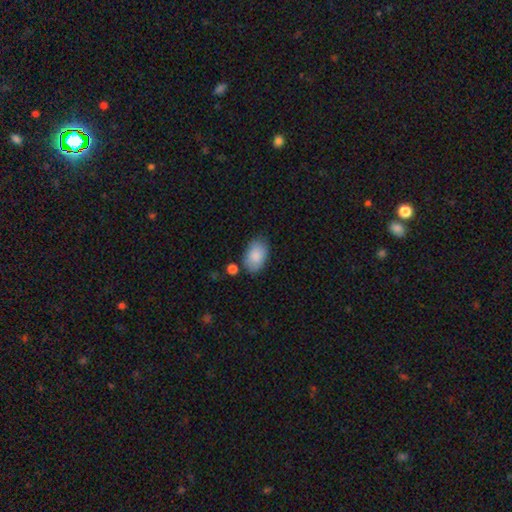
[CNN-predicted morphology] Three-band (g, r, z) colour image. It shows a smooth galaxy with no disk features (87%) that is in between round and cigar-shaped (91%). Merging: none (74%).